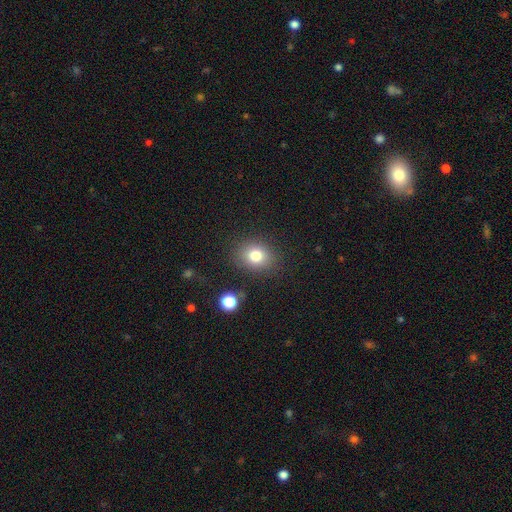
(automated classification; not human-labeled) smooth 79%, star or artifact 13%, featured or disk 9%. Down the decision tree: how rounded — round (56%); merging — none (84%).